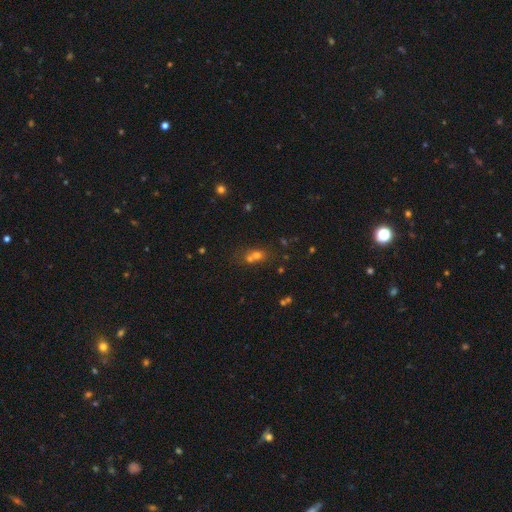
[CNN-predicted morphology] Smooth or featured? smooth (60%)
How rounded? round (62%)
Merging? merger (51%)